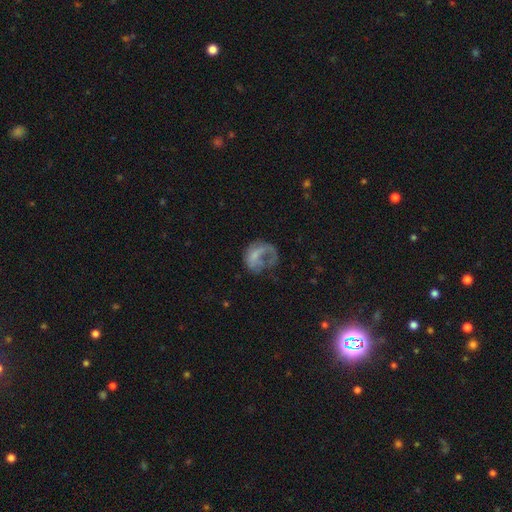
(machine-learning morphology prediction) Smooth or featured? smooth (46%)
Merging? major disturbance (51%)